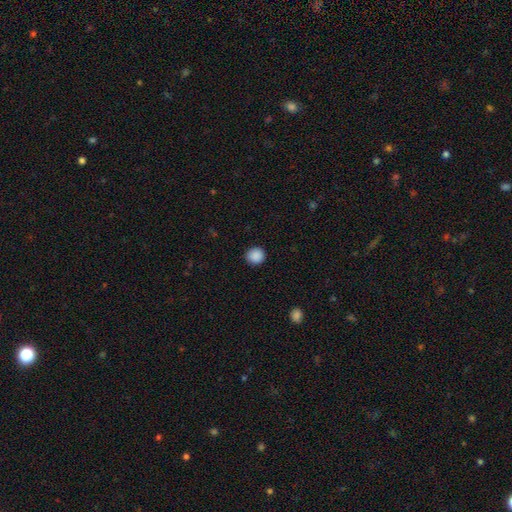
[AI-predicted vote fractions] Smooth or featured? smooth (89%)
How rounded? round (92%)
Merging? none (92%)